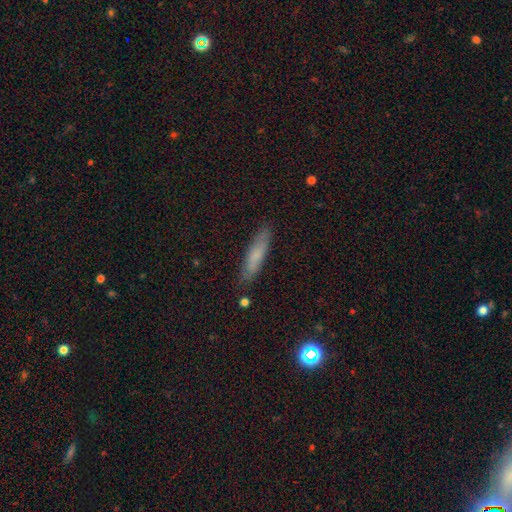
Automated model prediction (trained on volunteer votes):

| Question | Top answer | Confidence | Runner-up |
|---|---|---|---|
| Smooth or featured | smooth | 73% | featured or disk (20%) |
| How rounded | cigar-shaped | 82% | in between (17%) |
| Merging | none | 84% | minor disturbance (12%) |